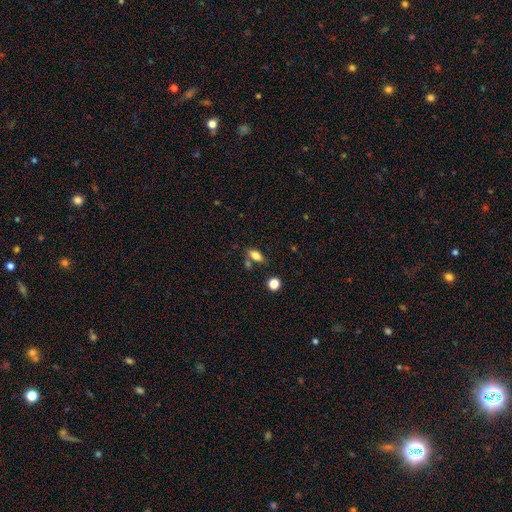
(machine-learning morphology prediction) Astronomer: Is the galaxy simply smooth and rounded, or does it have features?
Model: smooth — 78%.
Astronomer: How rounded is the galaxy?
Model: in between — 81%.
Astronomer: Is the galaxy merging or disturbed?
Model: none — 69%.